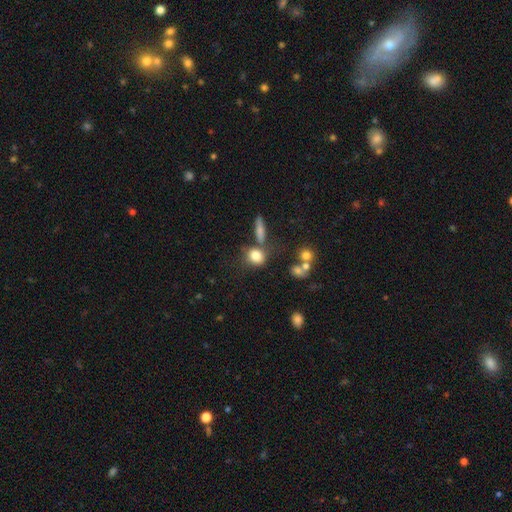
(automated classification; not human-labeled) Smooth or featured? smooth (80%)
How rounded? round (63%)
Merging? none (56%)